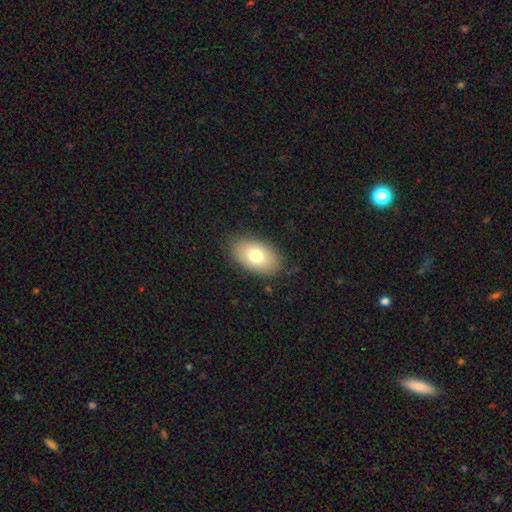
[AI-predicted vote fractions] Q: Smooth or featured?
A: smooth (74%); runner-up: featured or disk (16%)
Q: How rounded?
A: in between (91%); runner-up: round (8%)
Q: Merging?
A: none (89%); runner-up: minor disturbance (8%)